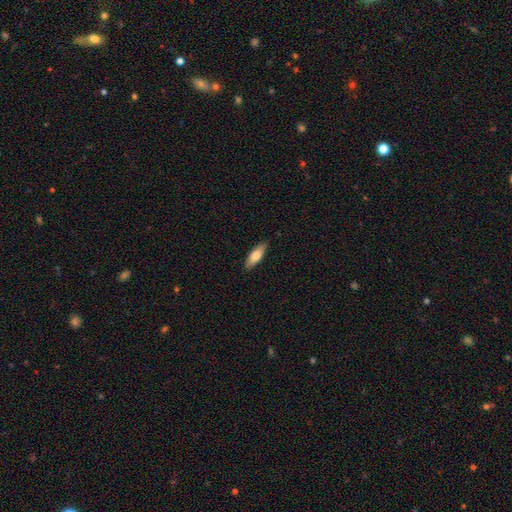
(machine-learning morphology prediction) smooth 74%, featured or disk 20%, star or artifact 6%. Down the decision tree: how rounded — in between (57%); merging — none (88%).